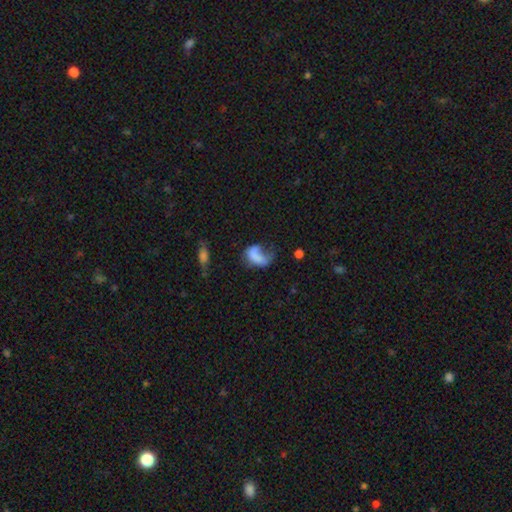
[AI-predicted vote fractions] smooth-or-featured: smooth: 61% | featured or disk: 29% | star or artifact: 10%
  how-rounded: in between: 82% | round: 15% | cigar-shaped: 3%
  merging: major disturbance: 49% | none: 24% | minor disturbance: 20% | merger: 7%